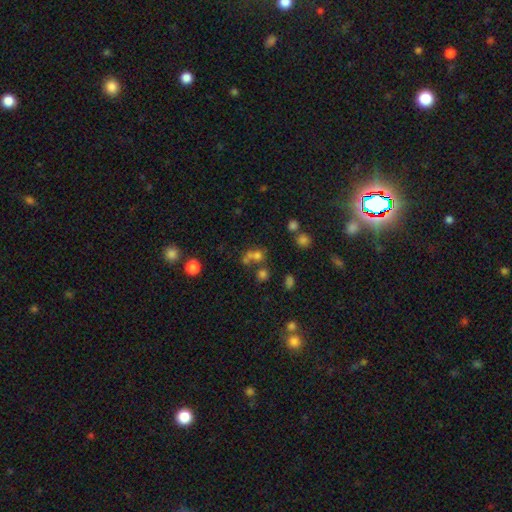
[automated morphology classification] Smooth or featured: smooth — 60% (star or artifact — 25%)
How rounded: round — 77% (in between — 21%)
Merging: none — 43% (merger — 40%)